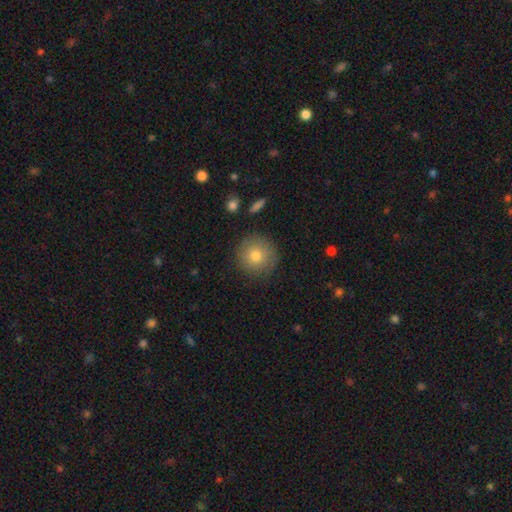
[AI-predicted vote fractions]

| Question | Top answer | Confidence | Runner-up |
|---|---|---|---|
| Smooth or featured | smooth | 78% | featured or disk (13%) |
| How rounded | round | 94% | in between (5%) |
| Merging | none | 86% | minor disturbance (9%) |